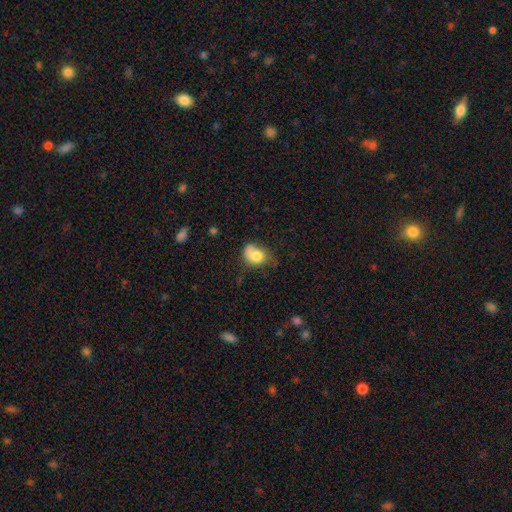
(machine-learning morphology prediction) Smooth or featured? smooth (76%)
How rounded? in between (58%)
Merging? none (40%)